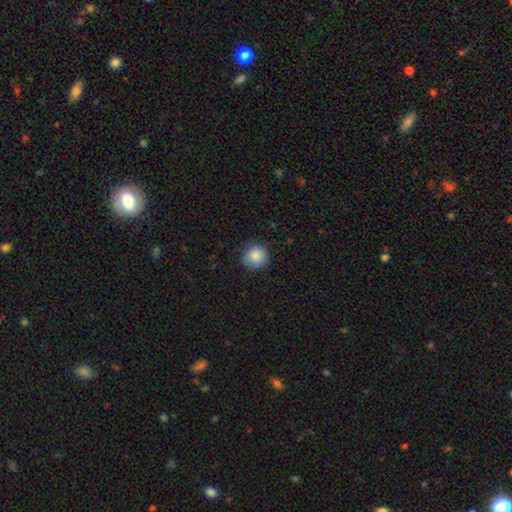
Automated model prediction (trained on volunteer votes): This is clearly a smooth galaxy (84%). How rounded: clearly round (90%). Merging: likely none (78%).